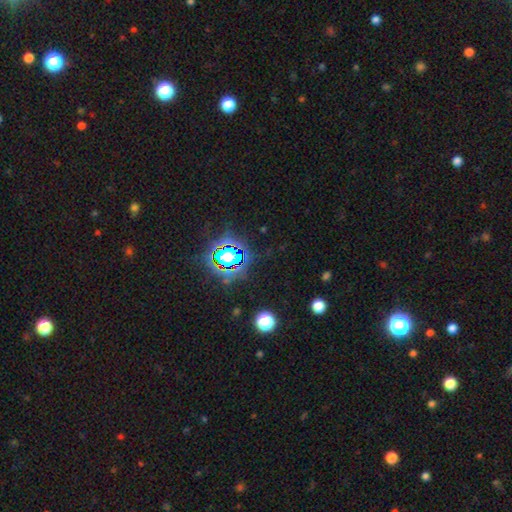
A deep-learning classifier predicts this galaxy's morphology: star or artifact 79%, smooth 13%, featured or disk 8%.